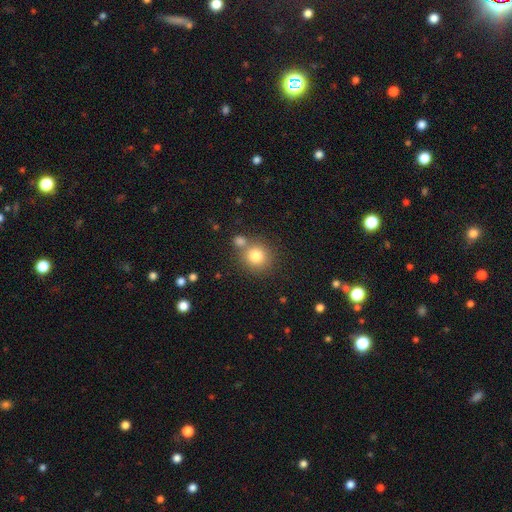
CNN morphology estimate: The model was most divided on "merging": none: 64%, merger: 23%, minor disturbance: 9%, major disturbance: 3%. More confident: how rounded — round (89%); smooth or featured — smooth (80%).